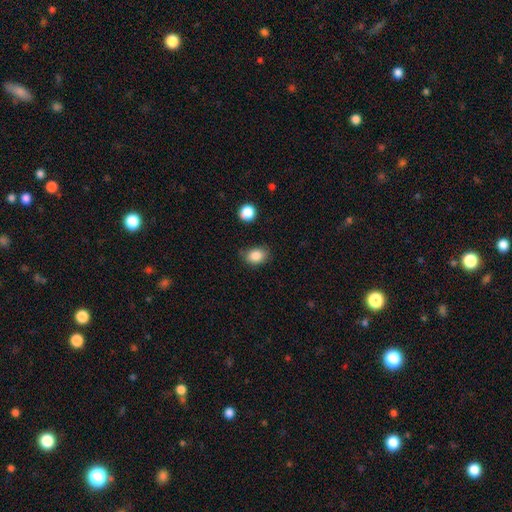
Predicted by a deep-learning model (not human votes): smooth_or_featured: smooth (p=0.86) [alt: star or artifact p=0.09]
how_rounded: in between (p=0.65) [alt: round p=0.34]
merging: none (p=0.72) [alt: minor disturbance p=0.21]